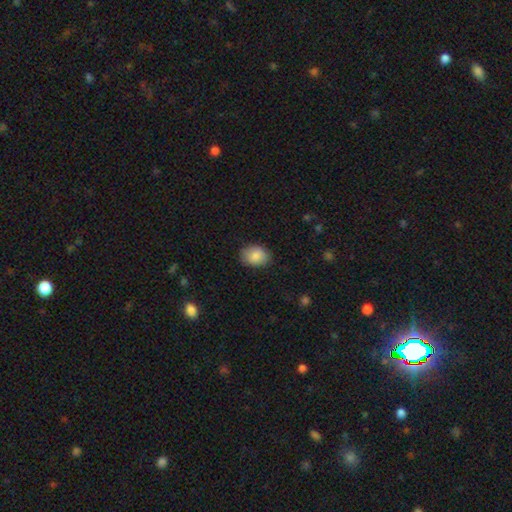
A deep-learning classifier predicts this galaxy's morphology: This is clearly a smooth galaxy (86%). How rounded: likely in between (74%). Merging: clearly none (83%).